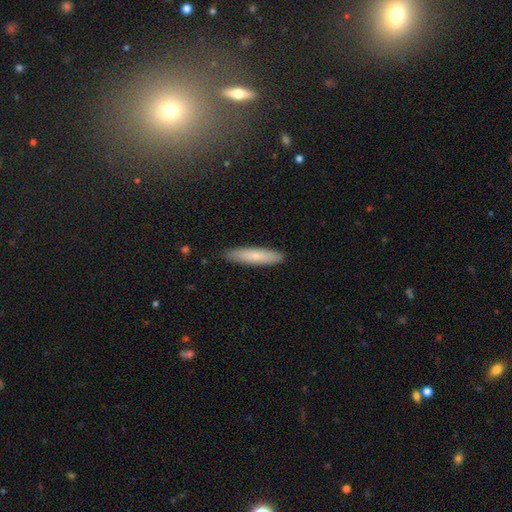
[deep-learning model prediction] This appears to be a smooth galaxy with no disk features (74%) that is cigar-shaped (85%). Merging: none (89%).